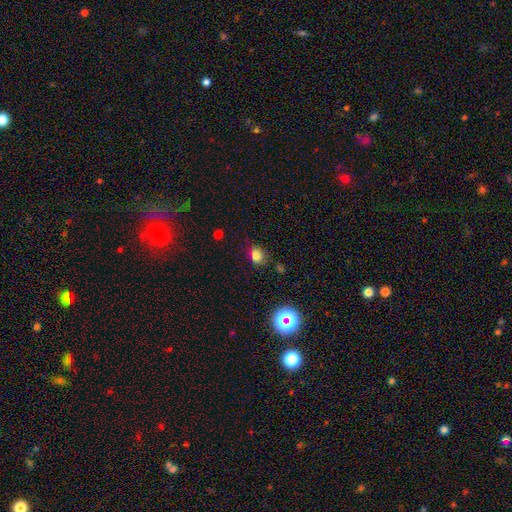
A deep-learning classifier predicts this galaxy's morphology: This appears to be a smooth galaxy with no disk features (78%) that is round (52%). Merging: none (69%).